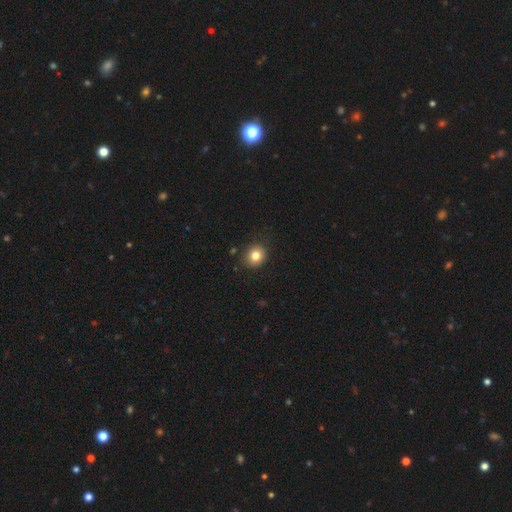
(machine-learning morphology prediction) Overall: smooth (82%). How rounded: round (76%). Merging: none (86%).